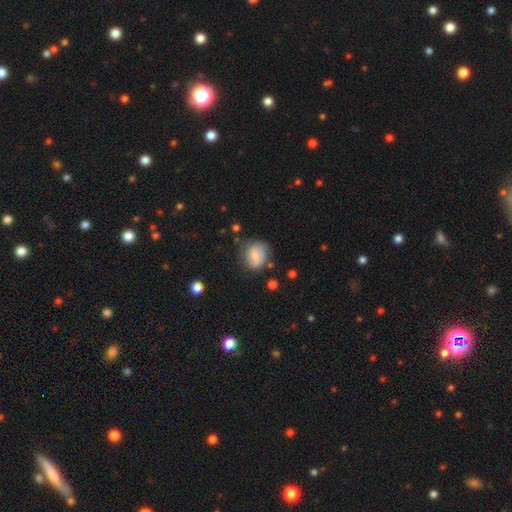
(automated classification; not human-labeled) Smooth or featured: smooth — 62% (featured or disk — 30%)
How rounded: round — 64% (in between — 35%)
Merging: none — 62% (minor disturbance — 26%)